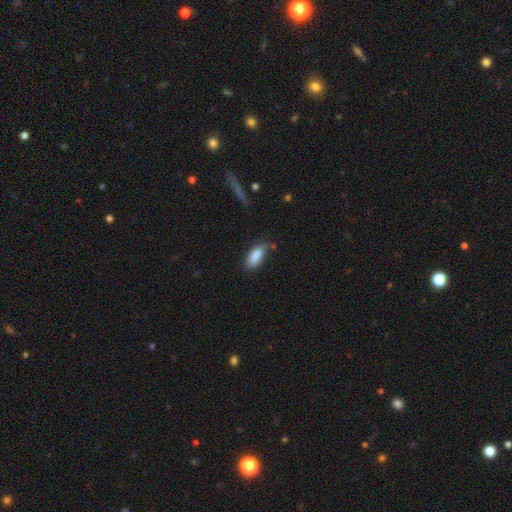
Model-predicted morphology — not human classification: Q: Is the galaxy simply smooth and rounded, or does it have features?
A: smooth — 88%.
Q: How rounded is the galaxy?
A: in between — 85%.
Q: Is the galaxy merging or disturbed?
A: none — 76%.